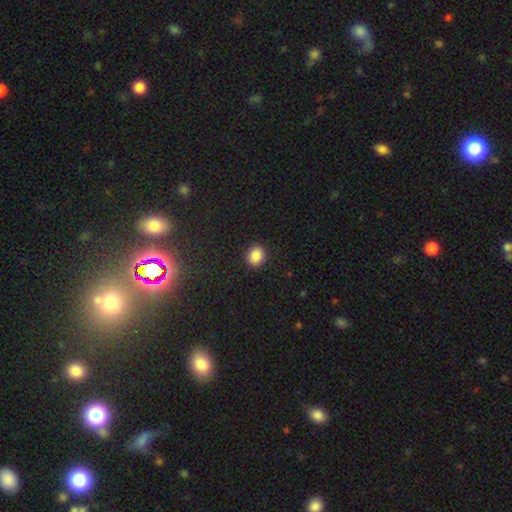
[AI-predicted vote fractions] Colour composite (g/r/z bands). It shows a smooth galaxy with no disk features (87%) that is round (63%). Merging: none (90%).